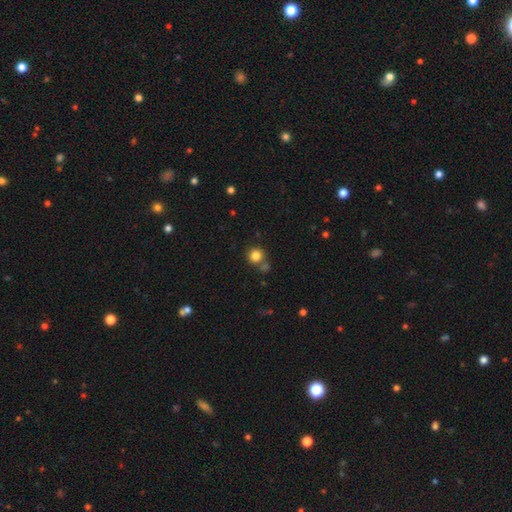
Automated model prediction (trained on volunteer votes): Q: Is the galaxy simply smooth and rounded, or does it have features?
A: smooth — 83%.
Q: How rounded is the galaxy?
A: round — 92%.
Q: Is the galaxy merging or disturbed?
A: none — 70%.